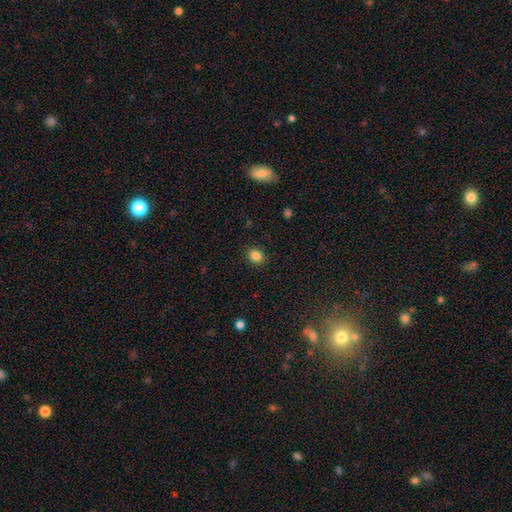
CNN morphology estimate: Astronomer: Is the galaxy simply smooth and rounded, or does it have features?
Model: smooth — 85%.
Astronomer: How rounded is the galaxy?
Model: round — 51% (runner-up: in between, 48%).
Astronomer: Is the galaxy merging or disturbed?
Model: none — 89%.